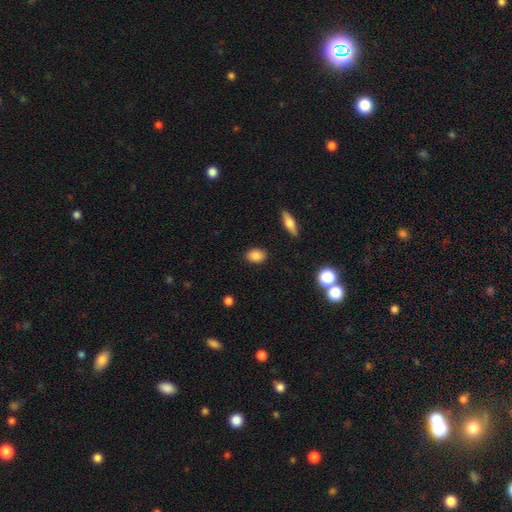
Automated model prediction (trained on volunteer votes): Smooth or featured?
  - smooth: 85% *
  - star or artifact: 9%
  - featured or disk: 6%
How rounded?
  - in between: 75% *
  - round: 23%
  - cigar-shaped: 2%
Merging?
  - none: 88% *
  - minor disturbance: 8%
  - major disturbance: 2%
  - merger: 1%